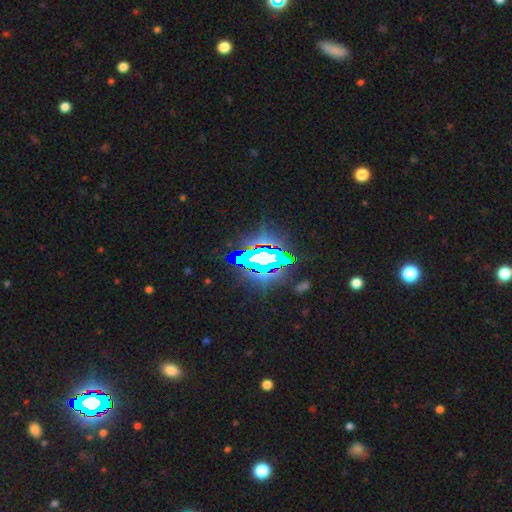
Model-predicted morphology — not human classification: A star or artifact, not a galaxy (72%).